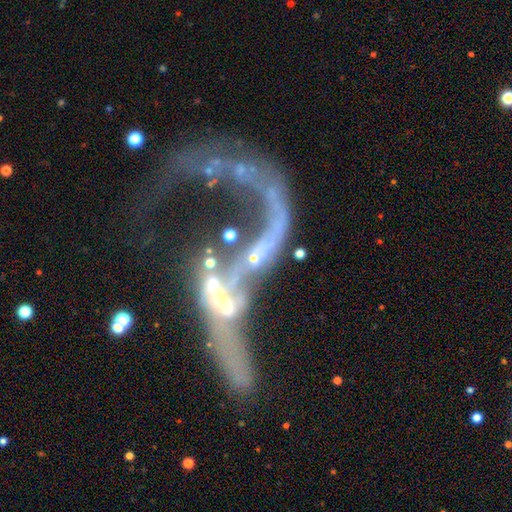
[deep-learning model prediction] Overall: featured or disk (72%). Edge-on disk: no (89%). Bar: no (70%). Spiral arms: no (63%; yes 37%). Bulge size: none (42%; small 35%). Merging: merger (47%; major disturbance 35%).